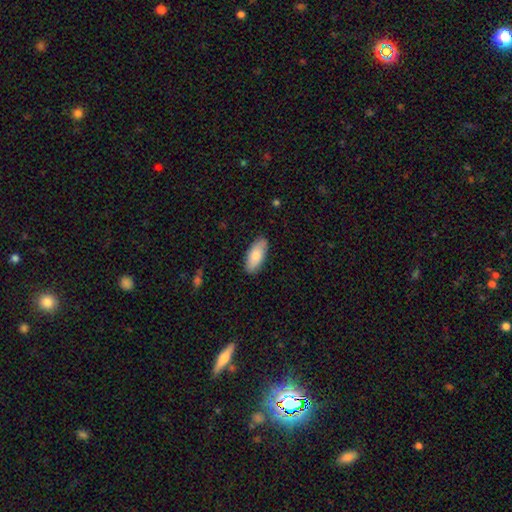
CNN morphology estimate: A smooth galaxy with no disk features (81%) that is in between round and cigar-shaped (87%).

Vote fractions:
- Smooth or featured? smooth: 81% / featured or disk: 14% / star or artifact: 6%
- How rounded? in between: 87% / cigar-shaped: 11% / round: 2%
- Merging? none: 87% / minor disturbance: 10% / major disturbance: 2% / merger: 1%